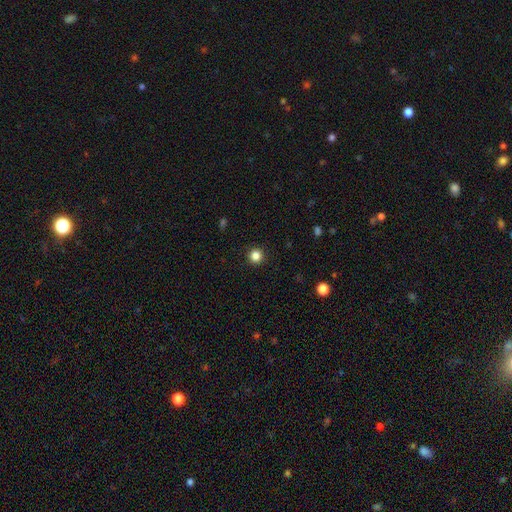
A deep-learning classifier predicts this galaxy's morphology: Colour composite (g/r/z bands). It shows a smooth galaxy with no disk features (84%) that is round (96%). Merging: none (93%).